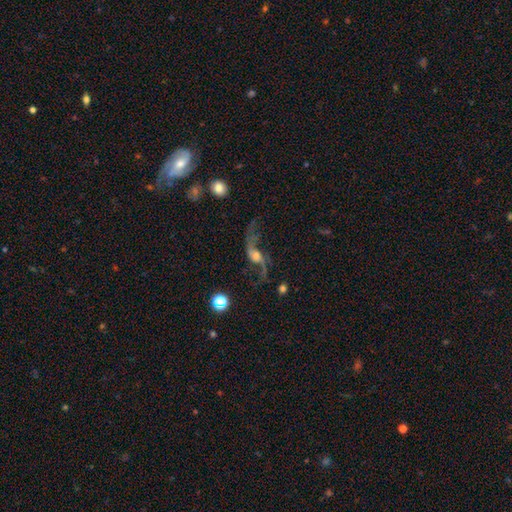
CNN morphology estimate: Smooth or featured: featured or disk — 80% (smooth — 10%)
Edge-on disk: no — 91% (yes — 9%)
Bar: no — 56% (weak — 34%)
Spiral arms: yes — 91% (no — 9%)
Spiral winding: loose — 93% (medium — 5%)
Spiral arm count: 2 — 89% (1 — 4%)
Bulge size: moderate — 44% (small — 30%)
Merging: none — 53% (major disturbance — 26%)